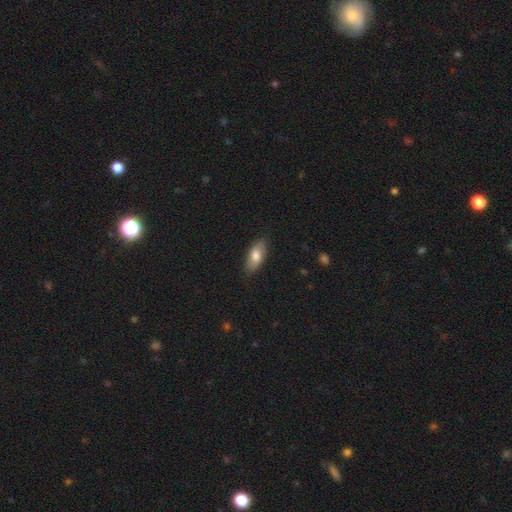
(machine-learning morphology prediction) Smooth or featured: smooth — 77% (featured or disk — 17%)
How rounded: in between — 85% (cigar-shaped — 12%)
Merging: none — 85% (minor disturbance — 12%)